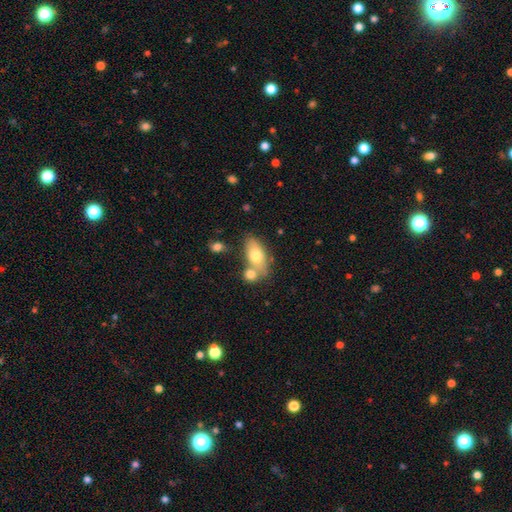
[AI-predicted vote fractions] Overall: smooth (72%). How rounded: in between (88%). Merging: none (48%; merger 35%).